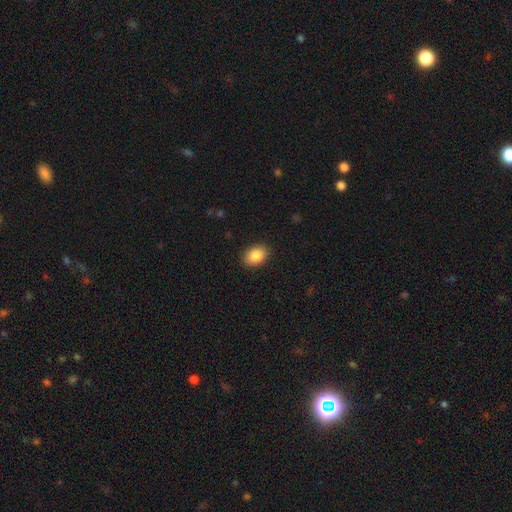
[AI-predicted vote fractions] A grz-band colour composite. It shows a smooth galaxy with no disk features (87%) that is in between round and cigar-shaped (81%). Merging: none (89%).